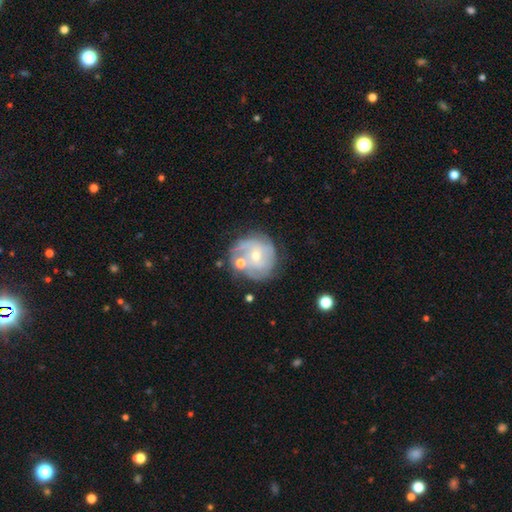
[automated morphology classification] featured or disk 68%, smooth 25%, star or artifact 8%. Down the decision tree: edge-on disk — no (98%); bar — no (66%); spiral arms — yes (80%); spiral arm count — can't tell (39%); spiral winding — tight (56%); bulge size — small (57%); merging — none (57%).